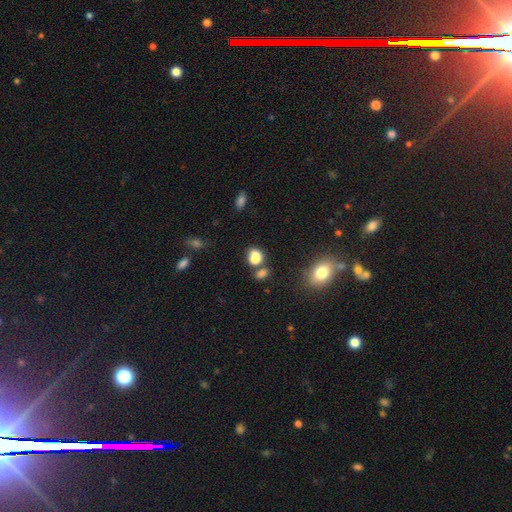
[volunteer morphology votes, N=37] Smooth or featured?
  - smooth: 86% *
  - star or artifact: 8%
  - featured or disk: 5%
How rounded?
  - round: 53% *
  - in between: 47%
  - cigar-shaped: 0%
Merging?
  - minor disturbance: 32% *
  - none: 29%
  - merger: 29%
  - major disturbance: 9%